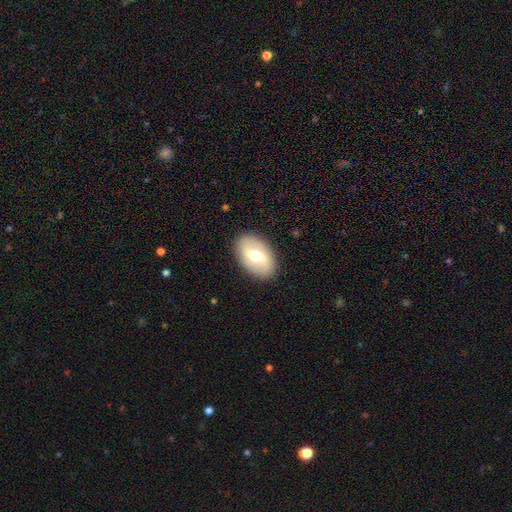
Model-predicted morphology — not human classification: Smooth or featured? Predicted: featured or disk (p=0.52). Edge-on disk? Predicted: no (p=0.90). Merging? Predicted: none (p=0.88).